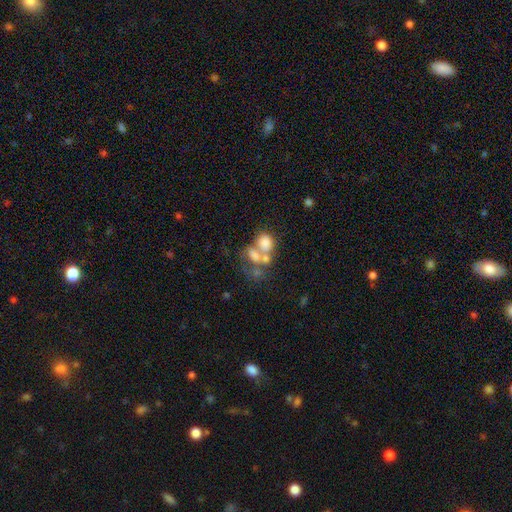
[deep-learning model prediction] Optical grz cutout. It shows a smooth galaxy with no disk features (58%) that is in between round and cigar-shaped (56%). Merging: merger (58%).